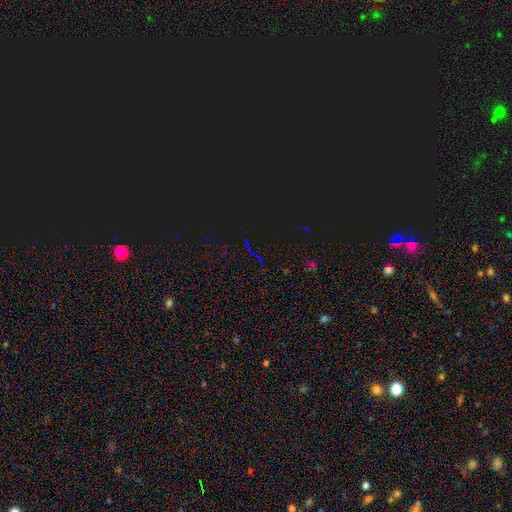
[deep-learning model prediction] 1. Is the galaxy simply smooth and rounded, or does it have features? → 80% star or artifact, 10% featured or disk, 10% smooth.